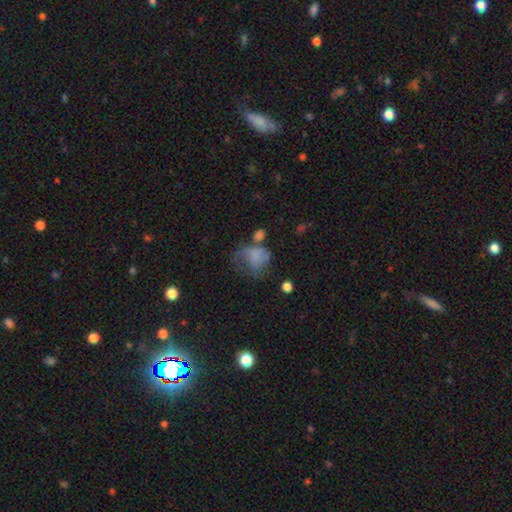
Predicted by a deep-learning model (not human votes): Overall: smooth (65%). How rounded: in between (51%; round 48%). Merging: major disturbance (41%; none 25%).